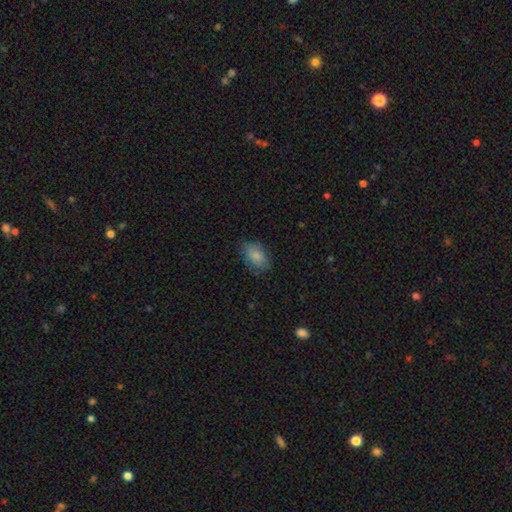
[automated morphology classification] smooth-or-featured: smooth: 85% | star or artifact: 7% | featured or disk: 7%
  how-rounded: in between: 89% | round: 10% | cigar-shaped: 2%
  merging: none: 77% | minor disturbance: 17% | major disturbance: 4% | merger: 1%